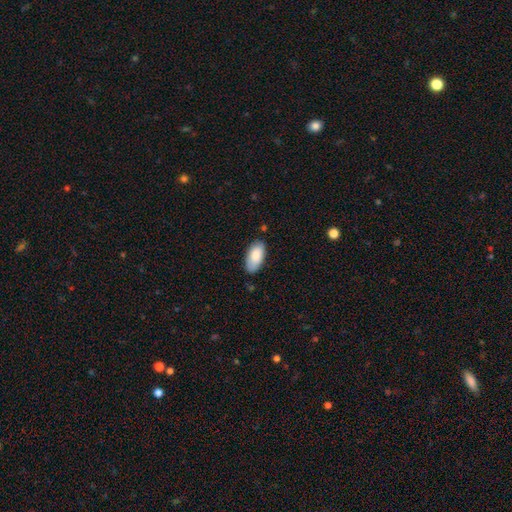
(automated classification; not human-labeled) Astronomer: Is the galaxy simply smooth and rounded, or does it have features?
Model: smooth — 85%.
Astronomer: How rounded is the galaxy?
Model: in between — 94%.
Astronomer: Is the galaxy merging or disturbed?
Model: none — 80%.